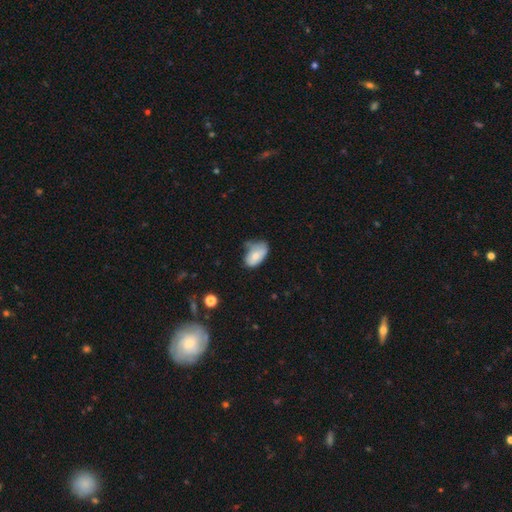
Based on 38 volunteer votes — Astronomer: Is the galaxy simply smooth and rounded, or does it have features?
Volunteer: smooth — 82%.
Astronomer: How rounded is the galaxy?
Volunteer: in between — 97%.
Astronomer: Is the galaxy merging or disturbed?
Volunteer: minor disturbance — 51% (runner-up: none, 27%).